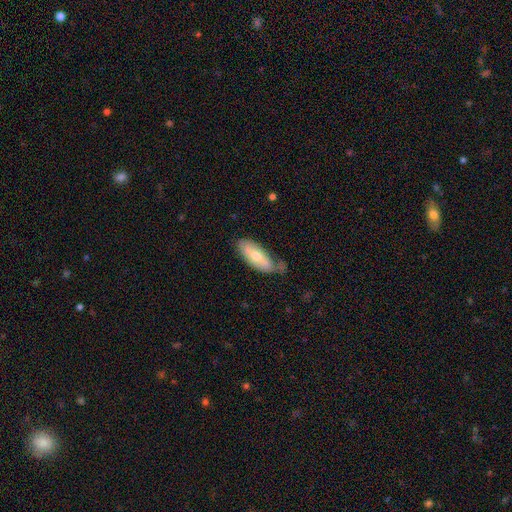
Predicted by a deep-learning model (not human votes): smooth_or_featured: smooth (p=0.54) [alt: featured or disk p=0.40]
how_rounded: in between (p=0.78) [alt: cigar-shaped p=0.20]
merging: none (p=0.55) [alt: minor disturbance p=0.32]